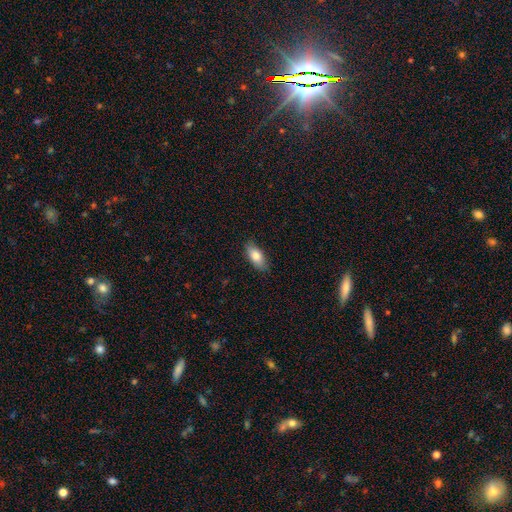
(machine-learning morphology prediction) Smooth or featured: smooth — 83% (featured or disk — 11%)
How rounded: in between — 87% (cigar-shaped — 11%)
Merging: none — 85% (minor disturbance — 12%)